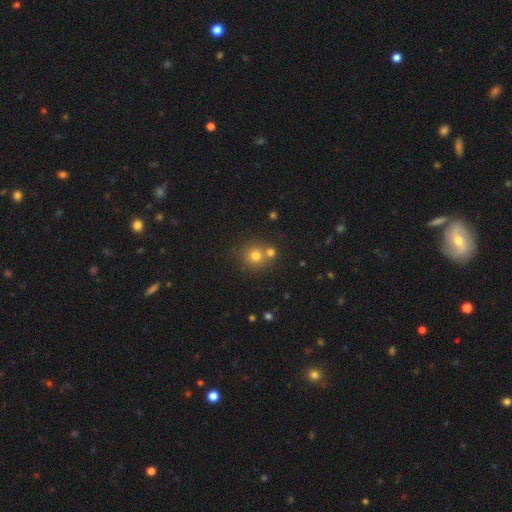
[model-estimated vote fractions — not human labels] smooth_or_featured: smooth (p=0.74) [alt: star or artifact p=0.16]
how_rounded: round (p=0.90) [alt: in between p=0.09]
merging: none (p=0.61) [alt: merger p=0.29]